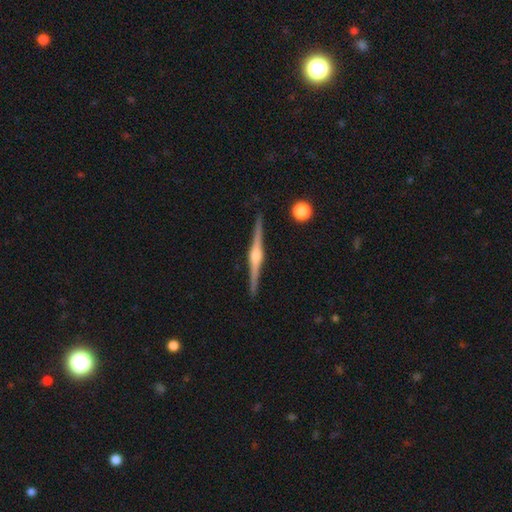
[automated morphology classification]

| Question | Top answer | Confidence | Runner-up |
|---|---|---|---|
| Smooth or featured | featured or disk | 88% | smooth (7%) |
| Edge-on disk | yes | 99% | no (1%) |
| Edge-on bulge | rounded | 85% | boxy (11%) |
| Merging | none | 92% | minor disturbance (5%) |